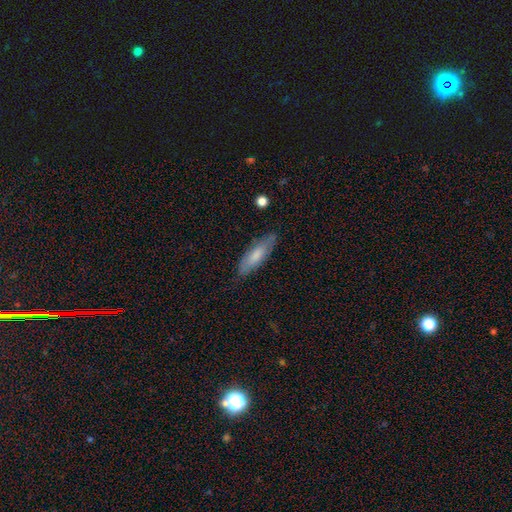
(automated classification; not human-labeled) Smooth or featured? smooth (68%)
How rounded? cigar-shaped (50%)
Merging? none (80%)